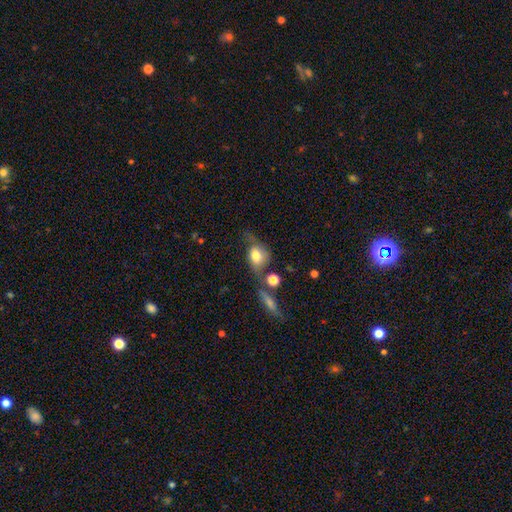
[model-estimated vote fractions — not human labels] smooth-or-featured: smooth: 69% | featured or disk: 22% | star or artifact: 9%
  how-rounded: in between: 60% | round: 37% | cigar-shaped: 3%
  merging: none: 36% | minor disturbance: 26% | major disturbance: 21% | merger: 18%